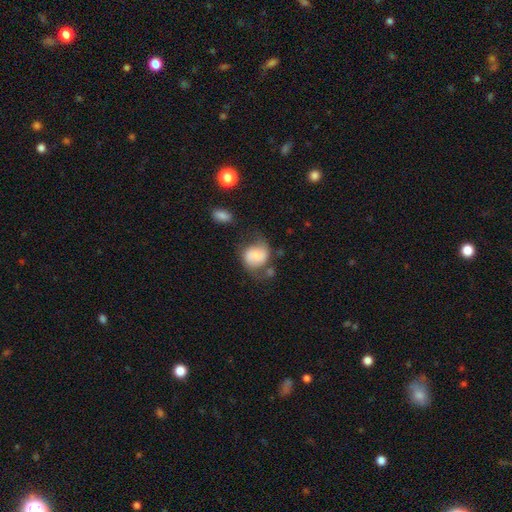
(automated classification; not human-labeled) Overall: smooth (58%; featured or disk 34%). How rounded: round (62%; in between 37%). Merging: none (47%; minor disturbance 27%).